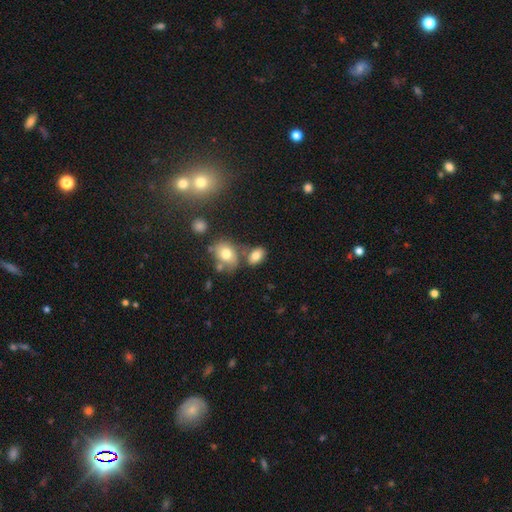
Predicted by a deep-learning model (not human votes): smooth_or_featured: smooth (p=0.79) [alt: featured or disk p=0.11]
how_rounded: in between (p=0.85) [alt: round p=0.13]
merging: none (p=0.59) [alt: merger p=0.23]